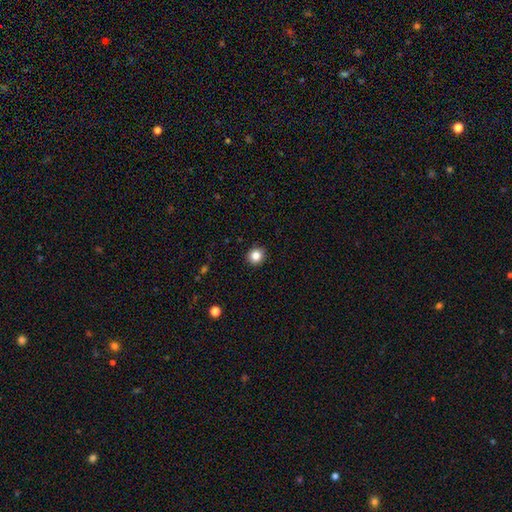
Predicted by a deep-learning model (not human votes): Morphology: type=smooth (83%); roundness=round (90%); merging=none (92%).